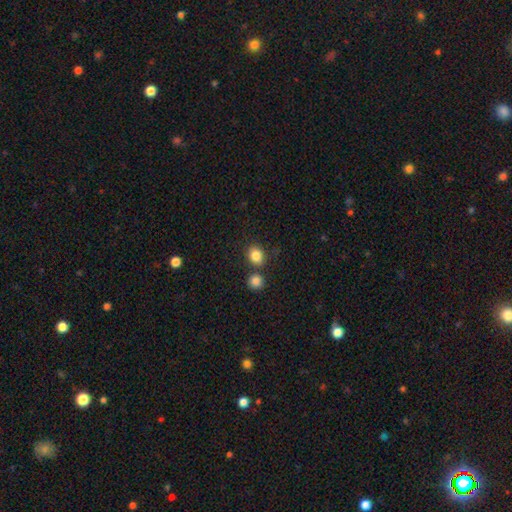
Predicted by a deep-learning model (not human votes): Overall: smooth (84%). How rounded: round (61%; in between 38%). Merging: none (71%).